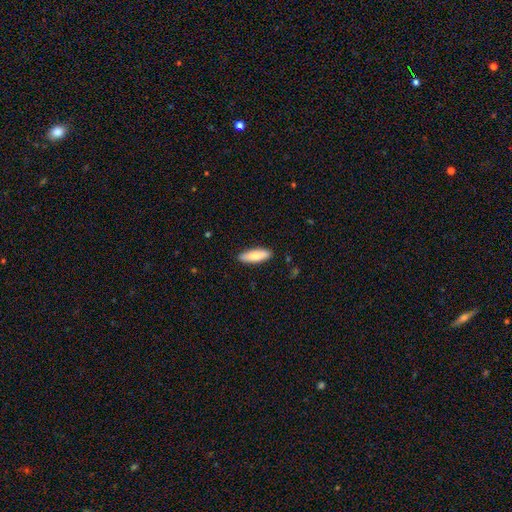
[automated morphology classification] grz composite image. It shows a smooth galaxy with no disk features (80%) that is in between round and cigar-shaped (52%). Merging: none (89%).